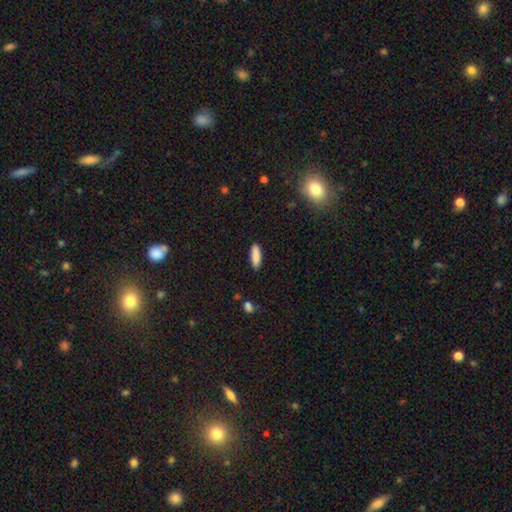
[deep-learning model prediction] The model was most divided on "how rounded" (2-way tie): in between: 49%, cigar-shaped: 49%, round: 2%. More confident: smooth or featured — smooth (89%); merging — none (88%).